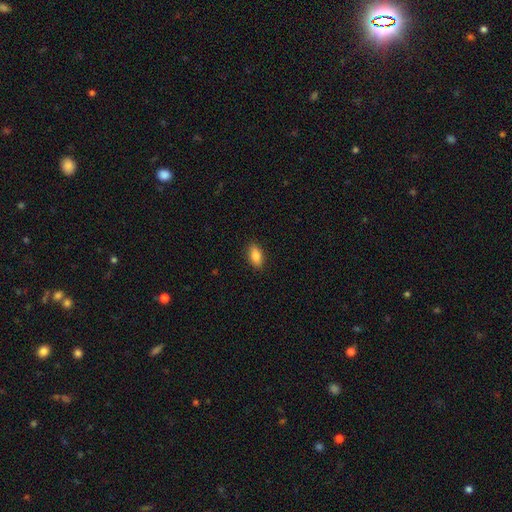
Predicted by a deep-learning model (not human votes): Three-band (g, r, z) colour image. It shows a smooth galaxy with no disk features (86%) that is in between round and cigar-shaped (90%). Merging: none (88%).